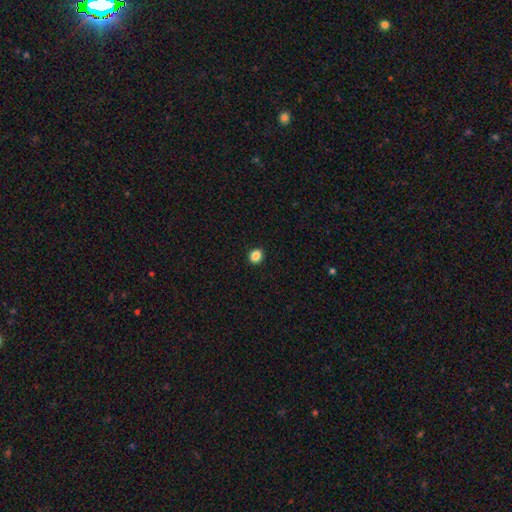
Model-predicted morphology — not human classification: Smooth or featured? smooth (87%)
How rounded? round (69%)
Merging? none (92%)